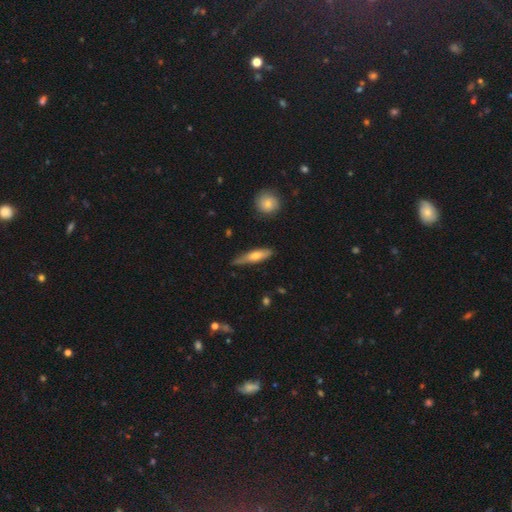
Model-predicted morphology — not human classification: A smooth galaxy with no disk features (58%) that is cigar-shaped (69%). Merging: none (67%).